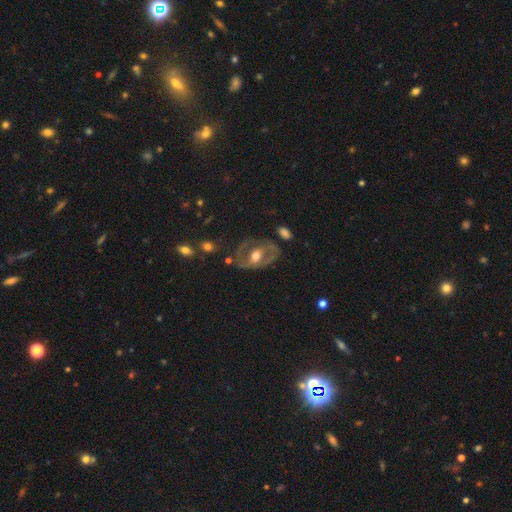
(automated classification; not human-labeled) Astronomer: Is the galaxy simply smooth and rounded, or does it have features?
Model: featured or disk — 70%.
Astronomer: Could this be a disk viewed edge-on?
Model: no — 93%.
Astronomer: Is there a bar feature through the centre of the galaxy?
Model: no — 48% (runner-up: weak, 31%).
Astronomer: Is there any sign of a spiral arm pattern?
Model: no — 53% (runner-up: yes, 47%).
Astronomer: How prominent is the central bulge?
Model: moderate — 74%.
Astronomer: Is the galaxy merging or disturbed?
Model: none — 62%.